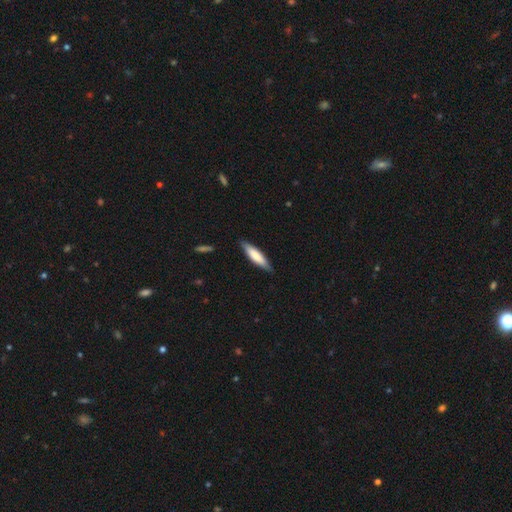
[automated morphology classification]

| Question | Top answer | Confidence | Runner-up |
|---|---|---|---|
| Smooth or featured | smooth | 72% | featured or disk (23%) |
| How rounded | cigar-shaped | 73% | in between (26%) |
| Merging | none | 85% | minor disturbance (12%) |